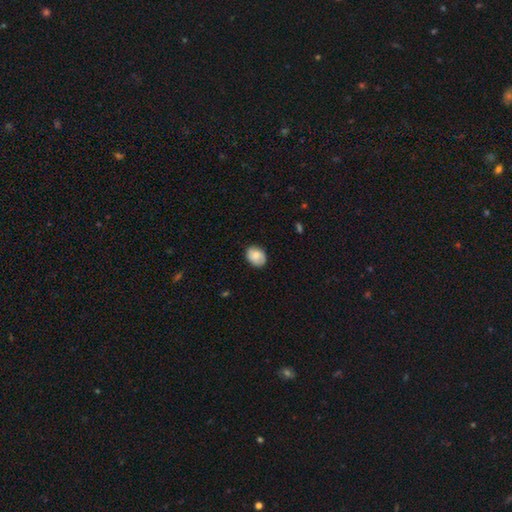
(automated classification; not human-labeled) Q: Smooth or featured?
A: smooth (75%); runner-up: featured or disk (18%)
Q: How rounded?
A: in between (57%); runner-up: round (42%)
Q: Merging?
A: none (80%); runner-up: minor disturbance (16%)